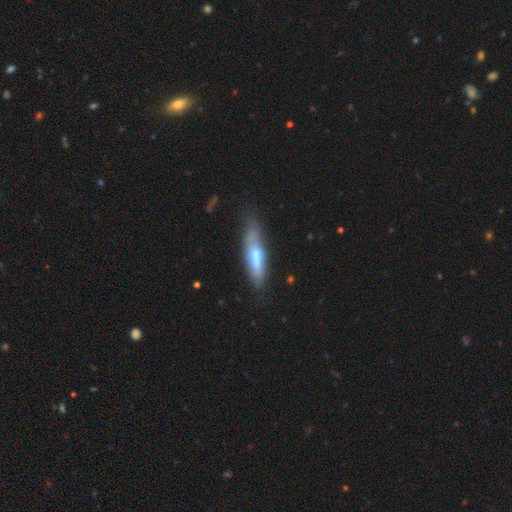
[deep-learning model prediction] A featured or disk galaxy (48%). Merging: none (66%).